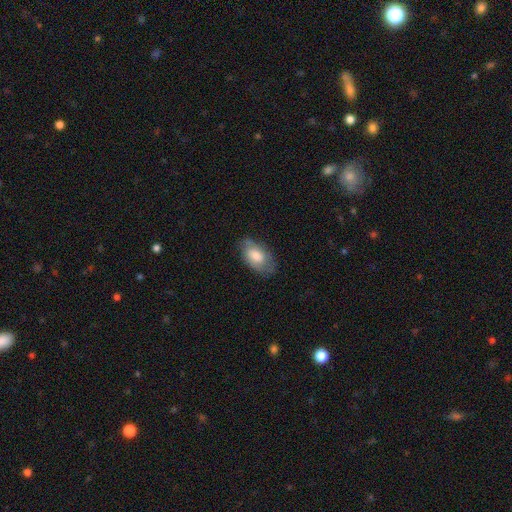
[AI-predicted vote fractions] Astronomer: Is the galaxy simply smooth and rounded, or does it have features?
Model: smooth — 66%.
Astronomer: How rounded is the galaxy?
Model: in between — 93%.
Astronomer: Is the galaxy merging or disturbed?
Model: none — 66%.